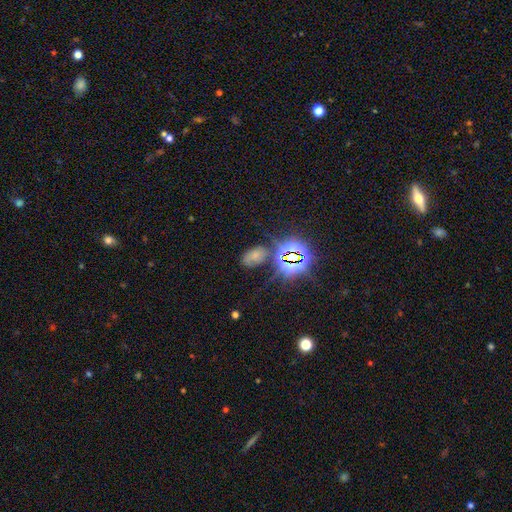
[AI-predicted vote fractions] This is marginally a smooth galaxy (44%). Merging: likely none (61%).